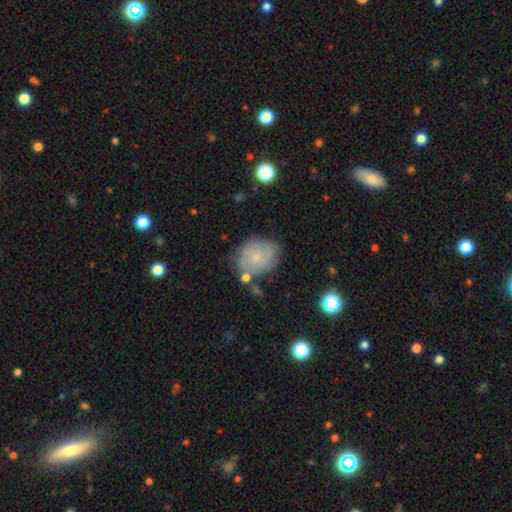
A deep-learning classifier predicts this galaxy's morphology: Overall: smooth (47%; featured or disk 43%). Merging: none (68%).